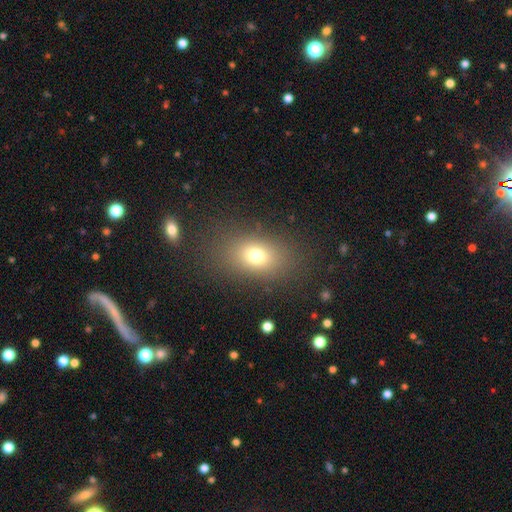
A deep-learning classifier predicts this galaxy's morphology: Smooth or featured: smooth — 72% (star or artifact — 15%)
How rounded: in between — 72% (round — 26%)
Merging: none — 81% (minor disturbance — 10%)